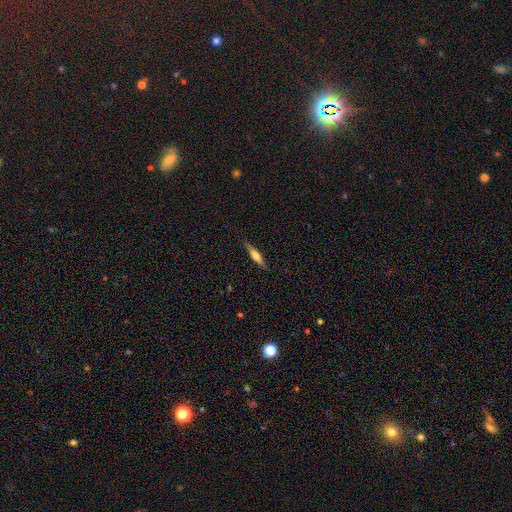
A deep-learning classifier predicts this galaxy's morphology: A featured or disk galaxy (56%) viewed edge-on (96%) with a rounded central bulge (78%).

Vote fractions:
- Smooth or featured? featured or disk: 56% / smooth: 38% / star or artifact: 6%
- Edge-on disk? yes: 96% / no: 4%
- Edge-on bulge? rounded: 78% / boxy: 16% / none: 6%
- Merging? none: 85% / minor disturbance: 11% / major disturbance: 2% / merger: 1%